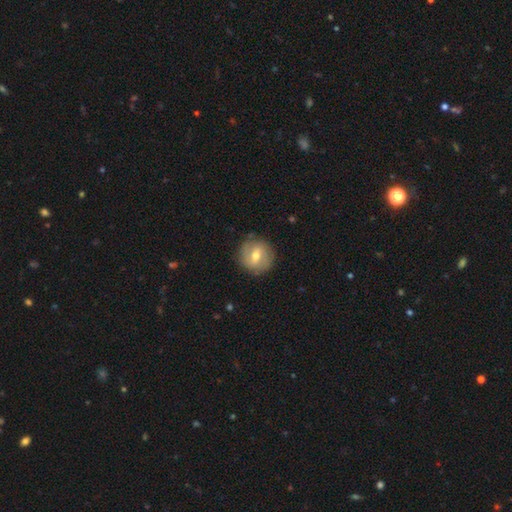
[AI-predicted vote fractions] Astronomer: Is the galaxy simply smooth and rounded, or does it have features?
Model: featured or disk — 48% (runner-up: smooth, 45%).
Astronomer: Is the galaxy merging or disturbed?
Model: none — 83%.